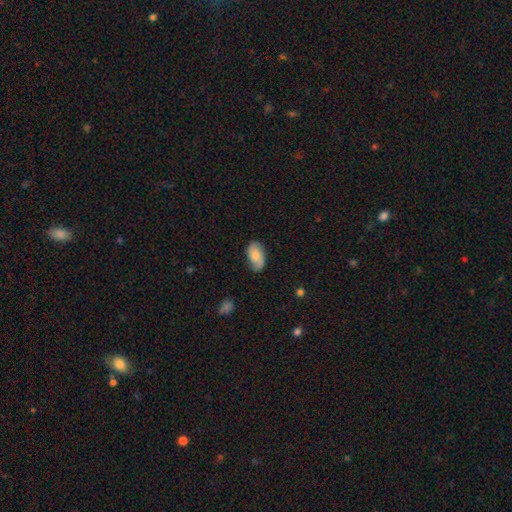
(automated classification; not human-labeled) smooth 64%, featured or disk 29%, star or artifact 7%. Down the decision tree: how rounded — in between (93%); merging — none (74%).